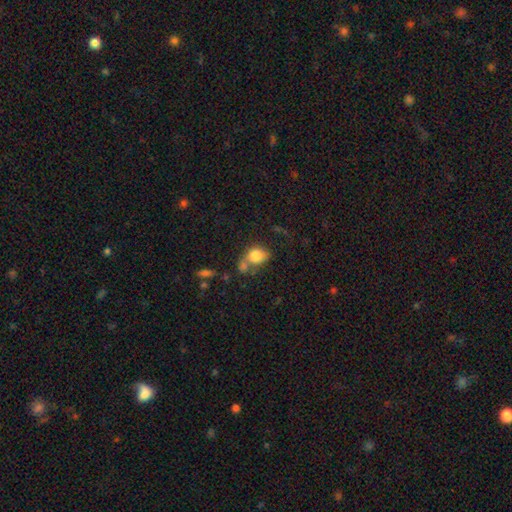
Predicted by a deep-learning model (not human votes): Q: Smooth or featured?
A: smooth (80%); runner-up: featured or disk (11%)
Q: How rounded?
A: in between (50%); runner-up: round (49%)
Q: Merging?
A: none (38%); runner-up: merger (35%)